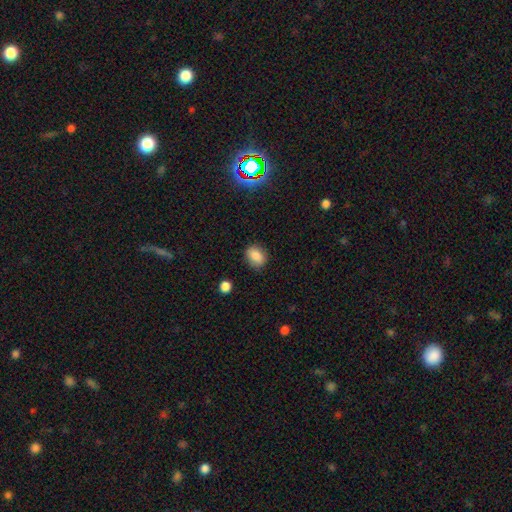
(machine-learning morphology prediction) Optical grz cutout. It shows a smooth galaxy with no disk features (84%) that is in between round and cigar-shaped (61%). Merging: none (82%).